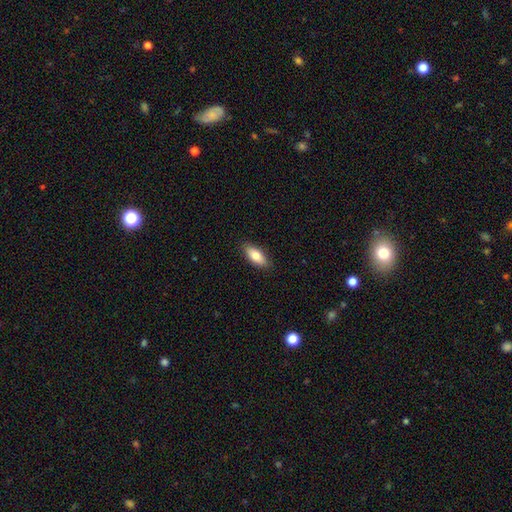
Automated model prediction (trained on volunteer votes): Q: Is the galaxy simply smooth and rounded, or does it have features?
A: smooth — 80%.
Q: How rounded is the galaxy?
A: in between — 80%.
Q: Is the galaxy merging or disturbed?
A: none — 88%.